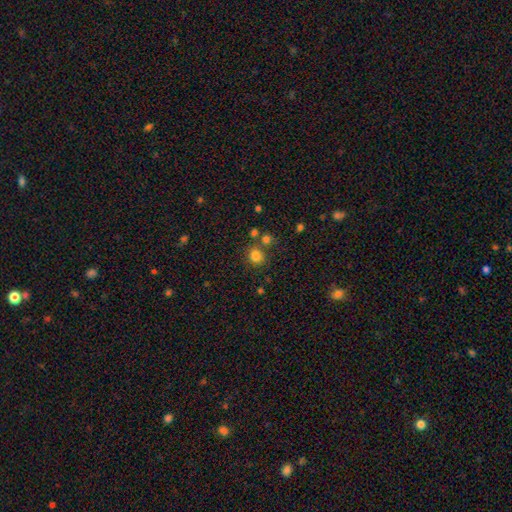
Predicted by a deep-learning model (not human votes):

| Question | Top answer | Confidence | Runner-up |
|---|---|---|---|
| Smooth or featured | smooth | 80% | star or artifact (14%) |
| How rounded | round | 82% | in between (17%) |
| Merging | none | 71% | merger (16%) |